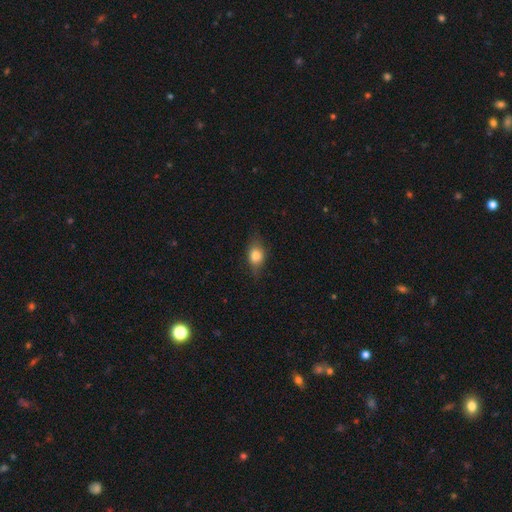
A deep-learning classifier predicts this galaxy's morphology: smooth 74%, featured or disk 17%, star or artifact 9%. Down the decision tree: how rounded — in between (65%); merging — none (71%).